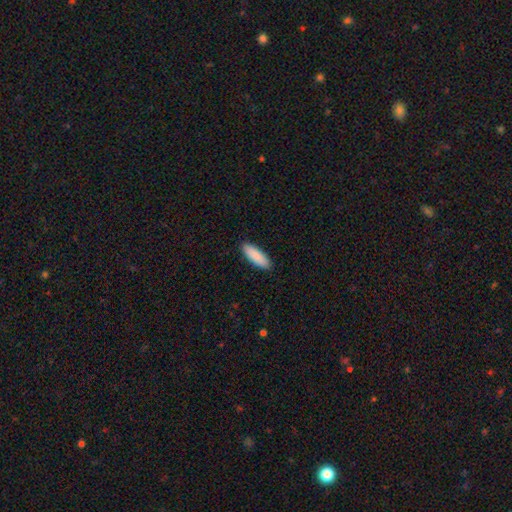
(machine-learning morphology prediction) Overall: smooth (90%). How rounded: in between (55%; cigar-shaped 43%). Merging: none (91%).